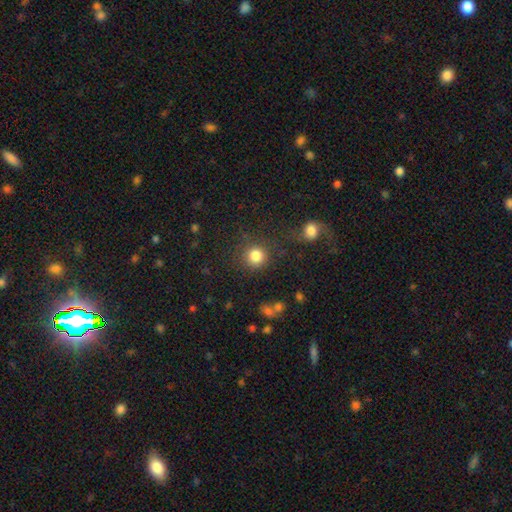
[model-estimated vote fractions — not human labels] smooth 84%, star or artifact 11%, featured or disk 5%. Down the decision tree: how rounded — round (92%); merging — none (83%).